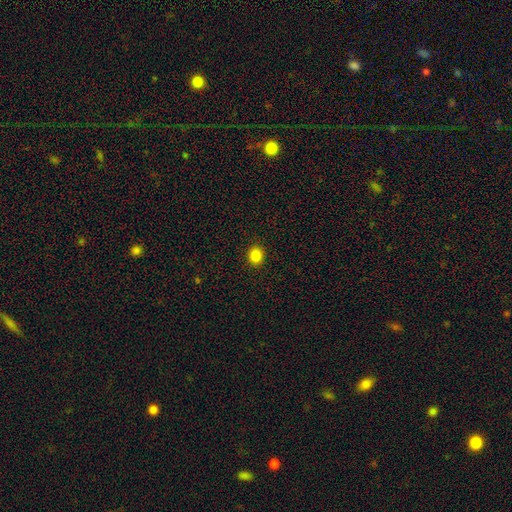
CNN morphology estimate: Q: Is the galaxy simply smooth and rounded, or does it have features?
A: smooth — 86%.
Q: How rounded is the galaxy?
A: round — 72%.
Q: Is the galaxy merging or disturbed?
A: none — 92%.